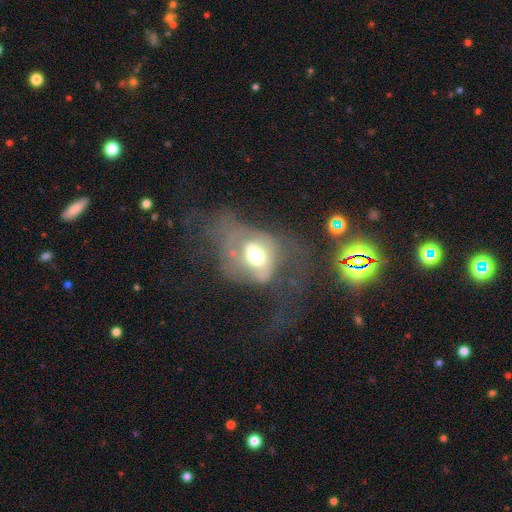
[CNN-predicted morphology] featured or disk 45%, smooth 43%, star or artifact 12%. Down the decision tree: merging — major disturbance (55%).